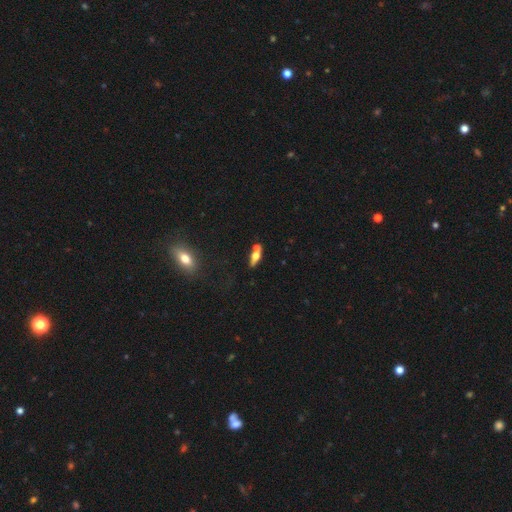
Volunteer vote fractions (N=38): Smooth or featured? featured or disk (53%)
Edge-on disk? yes (90%)
Edge-on bulge? rounded (100%)
Merging? none (58%)